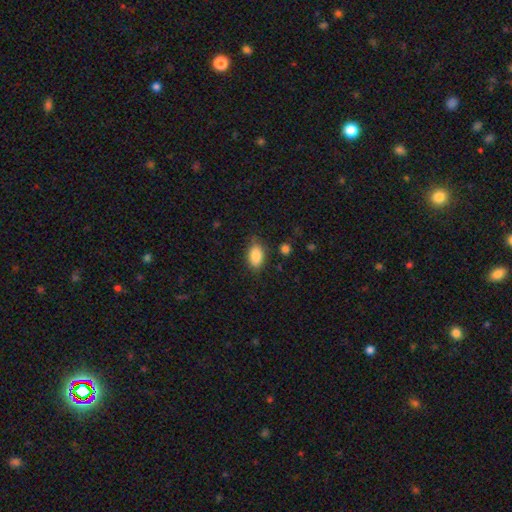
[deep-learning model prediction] smooth-or-featured: smooth: 86% | star or artifact: 7% | featured or disk: 7%
  how-rounded: in between: 90% | round: 7% | cigar-shaped: 3%
  merging: none: 77% | minor disturbance: 17% | major disturbance: 4% | merger: 2%